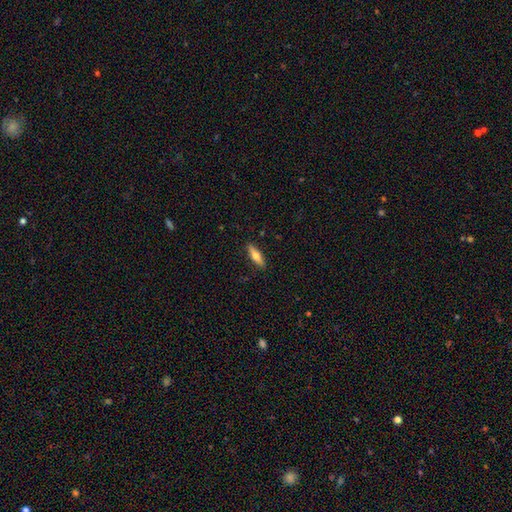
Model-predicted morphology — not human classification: smooth_or_featured: smooth (p=0.53) [alt: featured or disk p=0.41]
how_rounded: cigar-shaped (p=0.61) [alt: in between p=0.36]
merging: none (p=0.89) [alt: minor disturbance p=0.08]